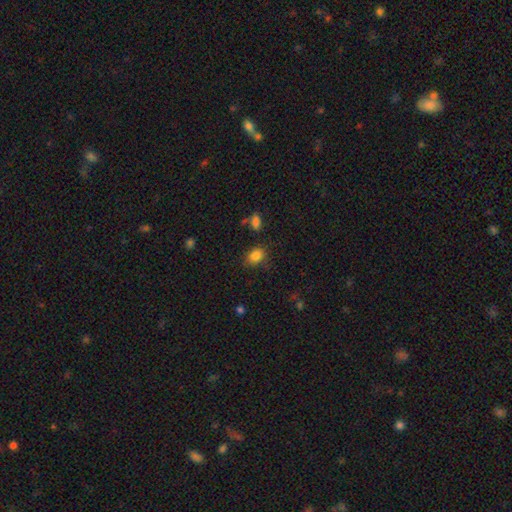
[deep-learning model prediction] Smooth or featured? Predicted: smooth (p=0.84). How rounded? Predicted: in between (p=0.65). Merging? Predicted: none (p=0.74).